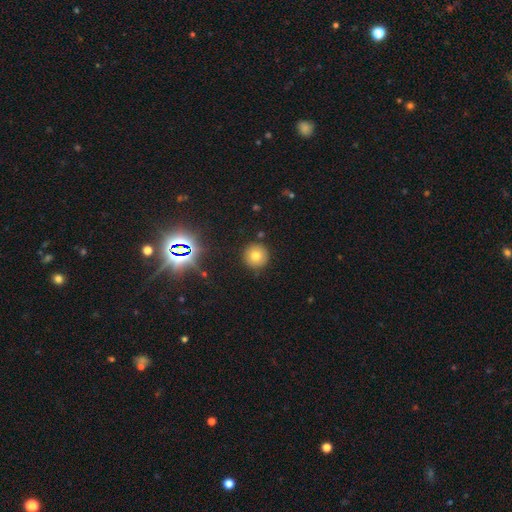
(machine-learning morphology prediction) A smooth galaxy with no disk features (73%) that is round (95%). Merging: none (90%).